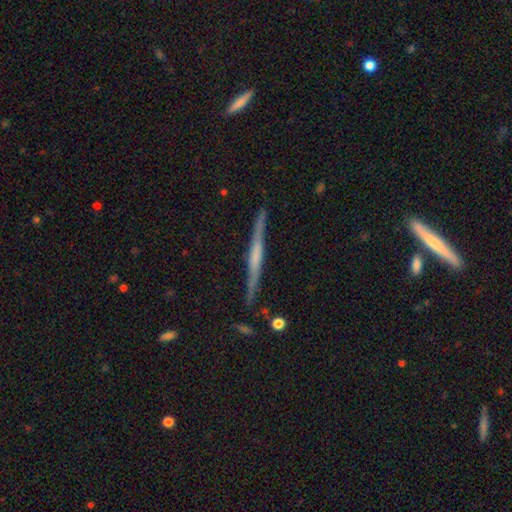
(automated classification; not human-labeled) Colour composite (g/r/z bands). It shows a featured or disk galaxy (66%) viewed edge-on (96%) with no central bulge (47%). Merging: none (83%).